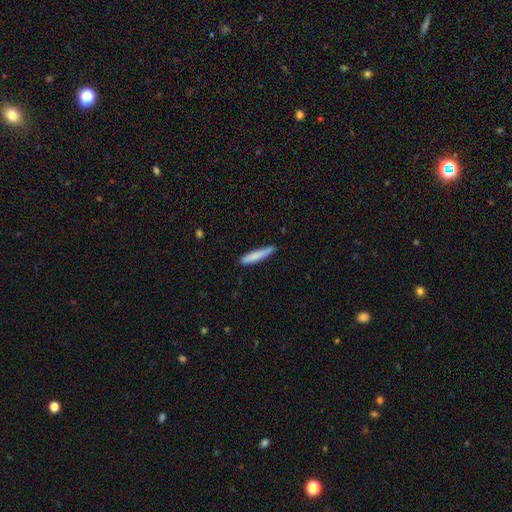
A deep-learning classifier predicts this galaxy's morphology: This is likely a smooth galaxy (80%). How rounded: clearly cigar-shaped (91%). Merging: likely none (78%).